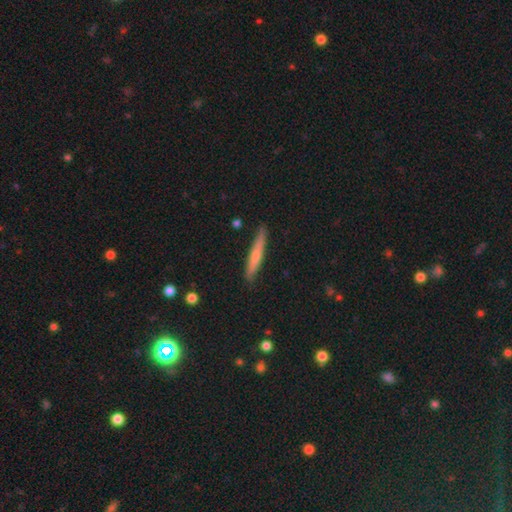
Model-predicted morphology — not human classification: smooth 57%, featured or disk 37%, star or artifact 6%. Down the decision tree: how rounded — cigar-shaped (94%); merging — none (87%).